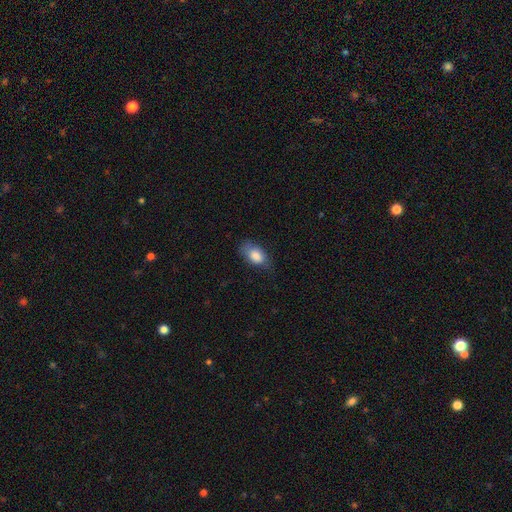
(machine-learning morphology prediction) type=smooth (83%); roundness=in between (89%); merging=none (60%).